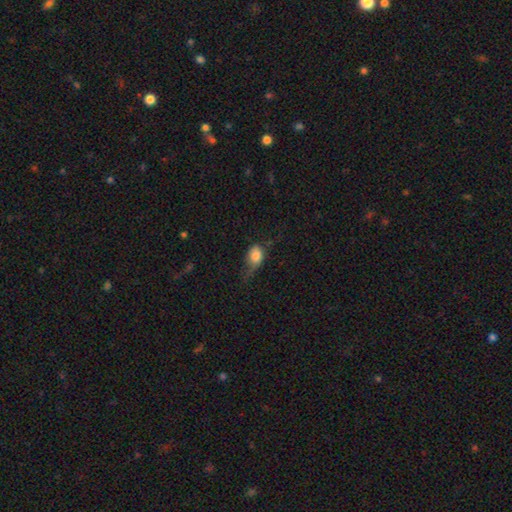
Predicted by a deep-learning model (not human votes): A smooth galaxy with no disk features (80%) that is in between round and cigar-shaped (72%).

Vote fractions:
- Smooth or featured? smooth: 80% / featured or disk: 12% / star or artifact: 8%
- How rounded? in between: 72% / round: 26% / cigar-shaped: 2%
- Merging? minor disturbance: 39% / major disturbance: 29% / none: 29% / merger: 3%